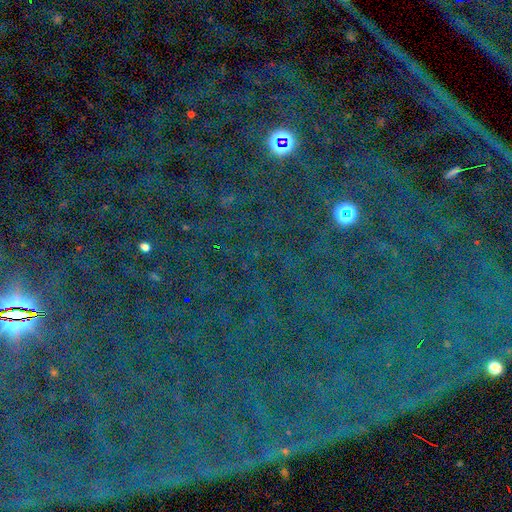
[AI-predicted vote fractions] Smooth or featured? Predicted: star or artifact (p=0.85).